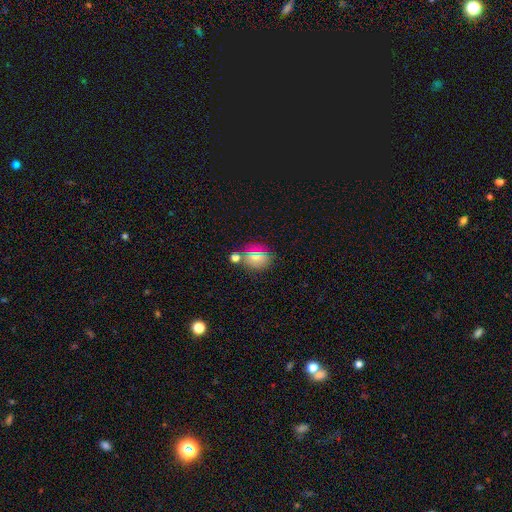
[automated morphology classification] Smooth or featured: smooth — 65% (star or artifact — 24%)
How rounded: round — 69% (in between — 29%)
Merging: none — 79% (minor disturbance — 10%)